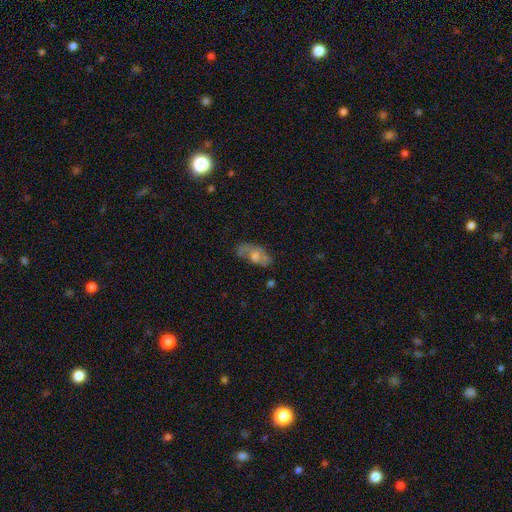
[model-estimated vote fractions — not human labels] smooth_or_featured: featured or disk (p=0.50) [alt: smooth p=0.41]
merging: none (p=0.53) [alt: minor disturbance p=0.26]